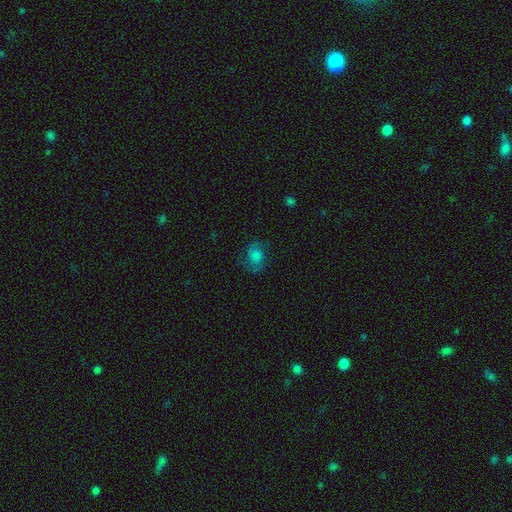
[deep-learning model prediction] The model was most divided on "how rounded": in between: 52%, round: 47%, cigar-shaped: 1%. More confident: merging — none (66%); smooth or featured — smooth (53%).